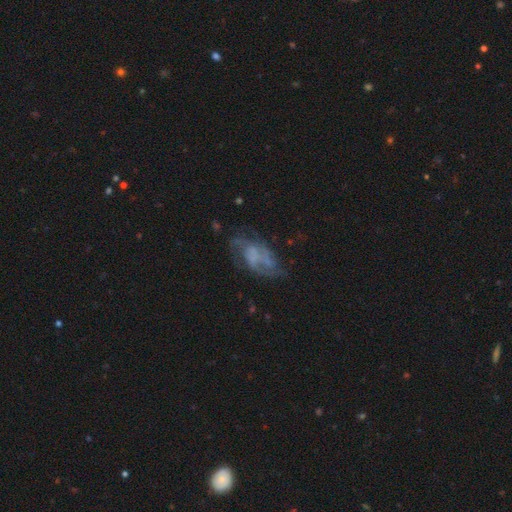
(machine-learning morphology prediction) This is likely a featured or disk galaxy (66%). It is clearly not viewed edge-on (96%). Bar: likely no (71%). Spiral arm pattern: likely yes (69%). Central bulge: likely none (65%). Merging: possibly none (50%).